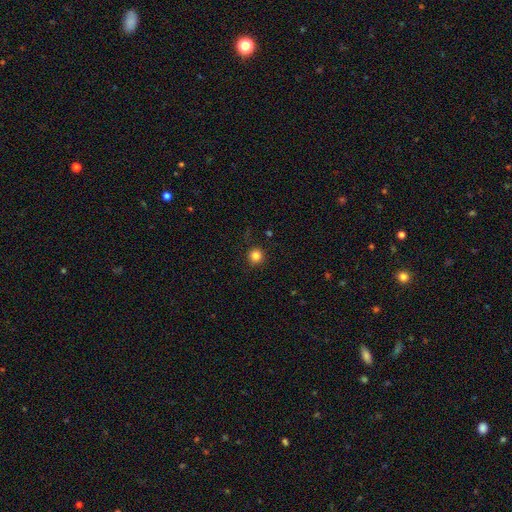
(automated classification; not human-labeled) A smooth galaxy with no disk features (83%) that is round (94%).

Vote fractions:
- Smooth or featured? smooth: 83% / star or artifact: 12% / featured or disk: 4%
- How rounded? round: 94% / in between: 5% / cigar-shaped: 1%
- Merging? none: 90% / minor disturbance: 7% / major disturbance: 2% / merger: 1%